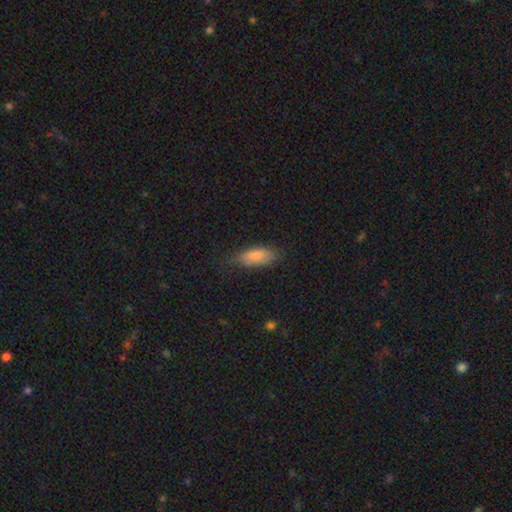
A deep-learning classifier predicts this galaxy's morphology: Smooth or featured? Predicted: smooth (p=0.80). How rounded? Predicted: in between (p=0.75). Merging? Predicted: none (p=0.70).